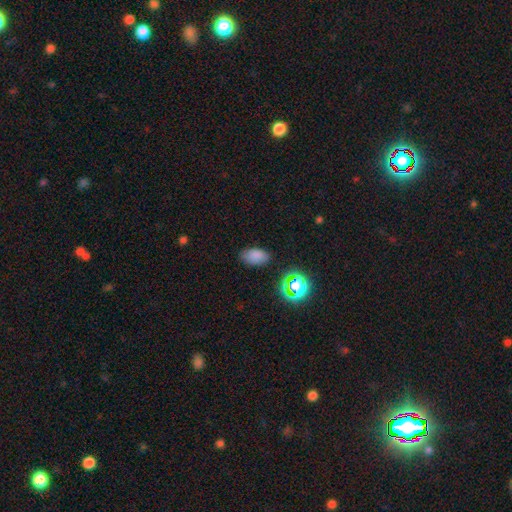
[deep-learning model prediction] Smooth or featured? smooth (78%)
How rounded? in between (90%)
Merging? none (80%)